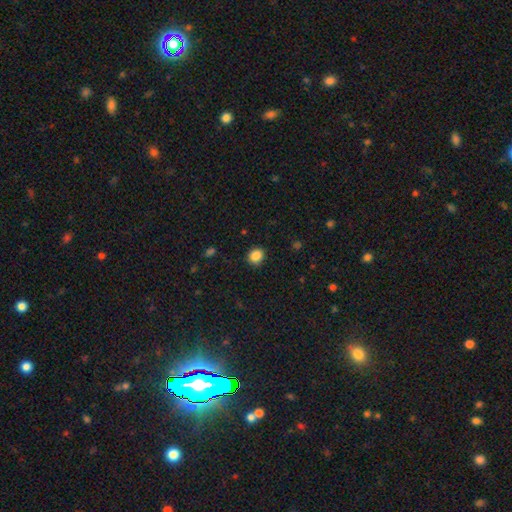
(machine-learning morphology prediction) Smooth or featured? smooth (86%)
How rounded? round (80%)
Merging? none (89%)